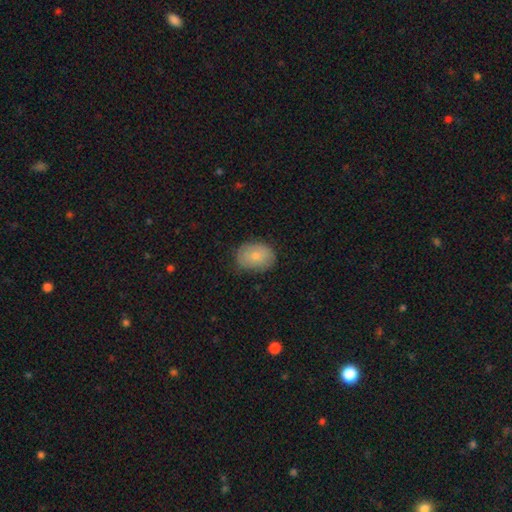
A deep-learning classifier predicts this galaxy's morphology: Q: Smooth or featured?
A: smooth (77%); runner-up: featured or disk (16%)
Q: How rounded?
A: in between (74%); runner-up: round (25%)
Q: Merging?
A: none (77%); runner-up: minor disturbance (18%)